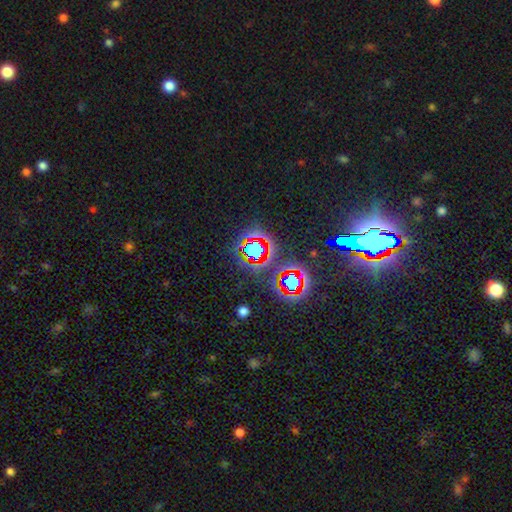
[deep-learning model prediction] smooth-or-featured: star or artifact: 68% | smooth: 20% | featured or disk: 12%